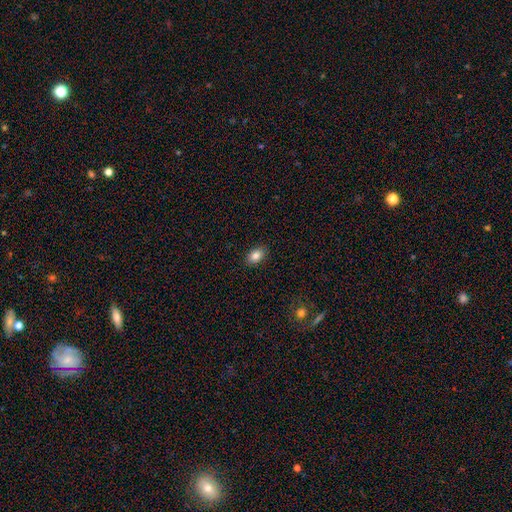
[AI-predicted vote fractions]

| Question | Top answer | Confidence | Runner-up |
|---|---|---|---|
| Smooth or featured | smooth | 85% | star or artifact (9%) |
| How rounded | in between | 86% | round (12%) |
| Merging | none | 89% | minor disturbance (8%) |